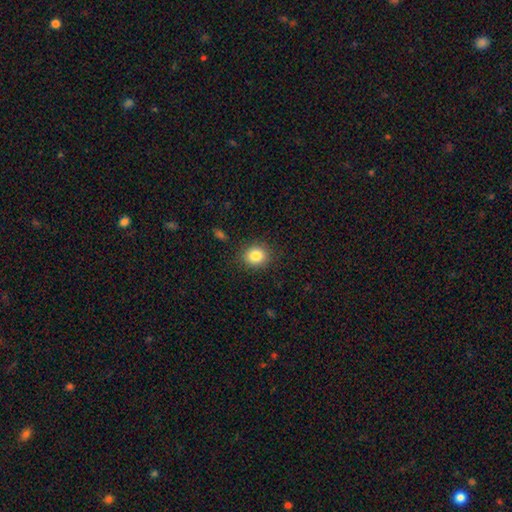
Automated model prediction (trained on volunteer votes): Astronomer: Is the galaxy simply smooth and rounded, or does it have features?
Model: smooth — 84%.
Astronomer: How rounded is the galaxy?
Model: round — 75%.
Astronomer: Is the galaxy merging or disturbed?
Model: none — 88%.